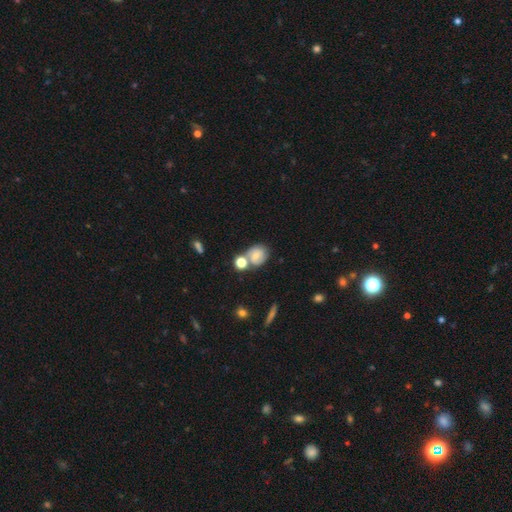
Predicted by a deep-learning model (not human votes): A smooth galaxy with no disk features (54%) that is round (57%). Merging: none (48%).